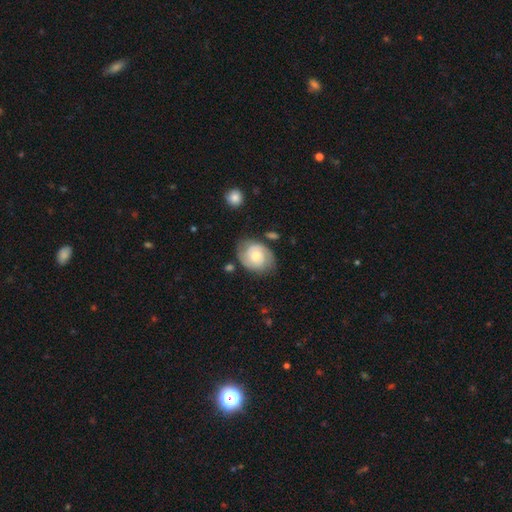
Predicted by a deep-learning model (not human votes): Q: Smooth or featured?
A: featured or disk (69%); runner-up: smooth (25%)
Q: Edge-on disk?
A: no (97%); runner-up: yes (3%)
Q: Bar?
A: no (69%); runner-up: weak (26%)
Q: Spiral arms?
A: yes (91%); runner-up: no (9%)
Q: Spiral winding?
A: tight (57%); runner-up: medium (34%)
Q: Spiral arm count?
A: 2 (79%); runner-up: can't tell (12%)
Q: Bulge size?
A: moderate (56%); runner-up: small (35%)
Q: Merging?
A: none (70%); runner-up: minor disturbance (19%)